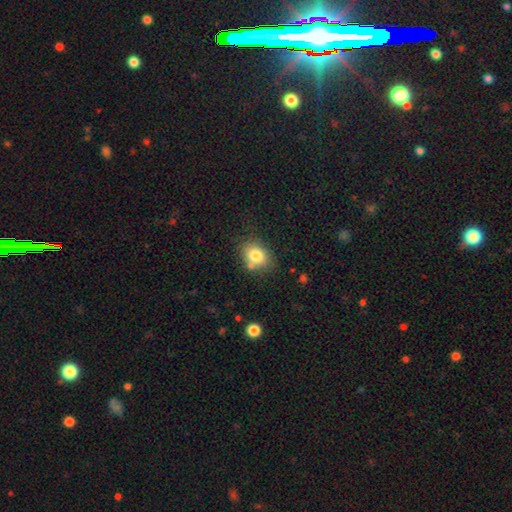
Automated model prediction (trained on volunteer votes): smooth_or_featured: smooth (p=0.79) [alt: featured or disk p=0.11]
how_rounded: in between (p=0.62) [alt: round p=0.37]
merging: none (p=0.66) [alt: minor disturbance p=0.17]